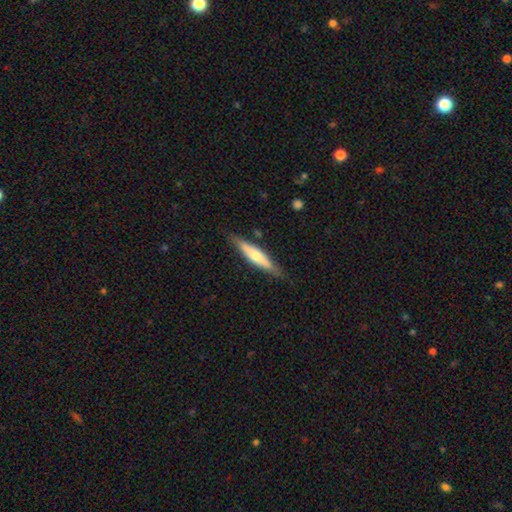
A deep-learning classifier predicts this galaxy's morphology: Overall: featured or disk (48%; smooth 47%). Merging: none (81%).